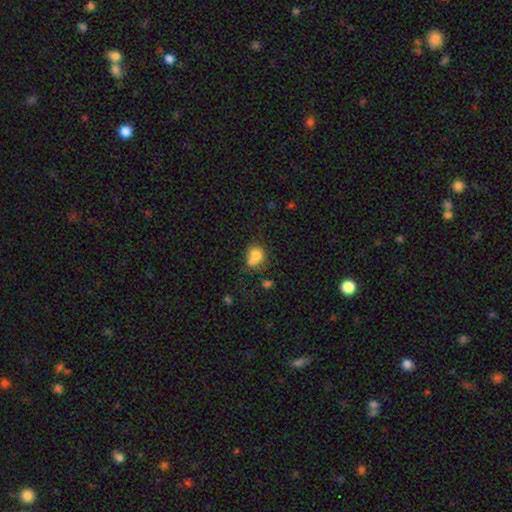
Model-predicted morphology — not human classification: Q: Smooth or featured?
A: smooth (78%); runner-up: featured or disk (12%)
Q: How rounded?
A: round (69%); runner-up: in between (30%)
Q: Merging?
A: none (40%); runner-up: merger (34%)